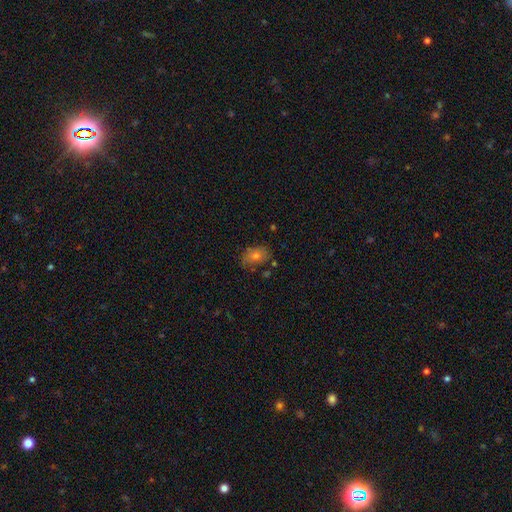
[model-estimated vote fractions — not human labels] Smooth or featured?
  - smooth: 65% *
  - featured or disk: 21%
  - star or artifact: 14%
How rounded?
  - in between: 71% *
  - round: 28%
  - cigar-shaped: 2%
Merging?
  - none: 69% *
  - minor disturbance: 21%
  - major disturbance: 6%
  - merger: 4%